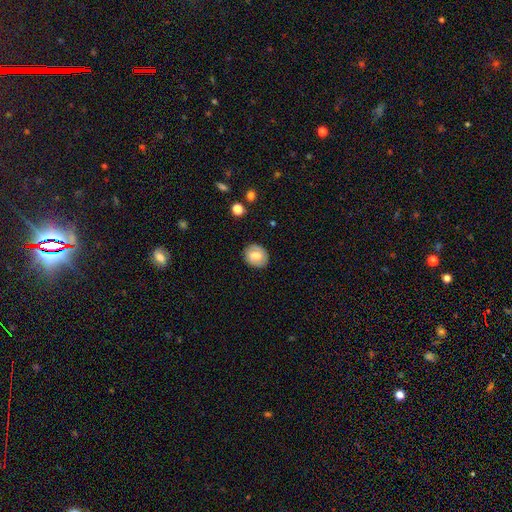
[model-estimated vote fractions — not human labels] The model was most divided on "smooth or featured": smooth: 55%, featured or disk: 38%, star or artifact: 8%. More confident: merging — none (83%); how rounded — round (63%).